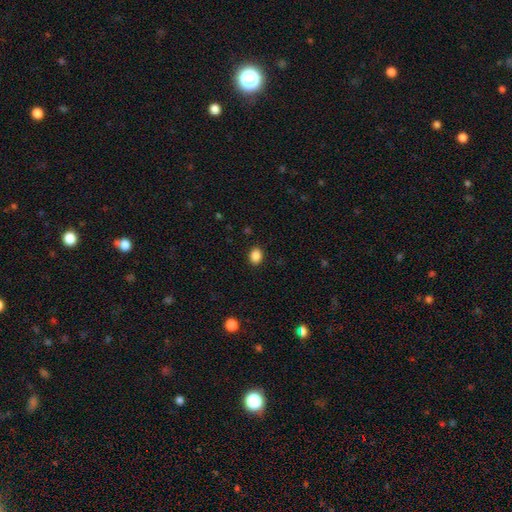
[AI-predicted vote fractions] Smooth or featured?
  - smooth: 87% *
  - star or artifact: 10%
  - featured or disk: 3%
How rounded?
  - in between: 56% *
  - round: 43%
  - cigar-shaped: 1%
Merging?
  - none: 90% *
  - minor disturbance: 7%
  - major disturbance: 2%
  - merger: 1%